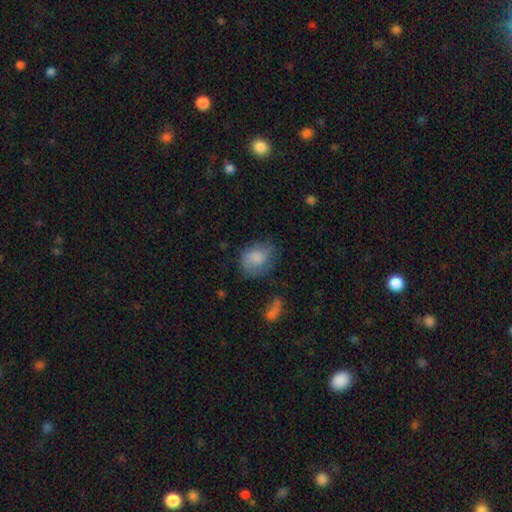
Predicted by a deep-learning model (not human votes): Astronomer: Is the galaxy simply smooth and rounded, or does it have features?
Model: smooth — 74%.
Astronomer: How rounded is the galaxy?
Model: in between — 55% (runner-up: round, 44%).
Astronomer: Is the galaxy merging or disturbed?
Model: none — 56%.